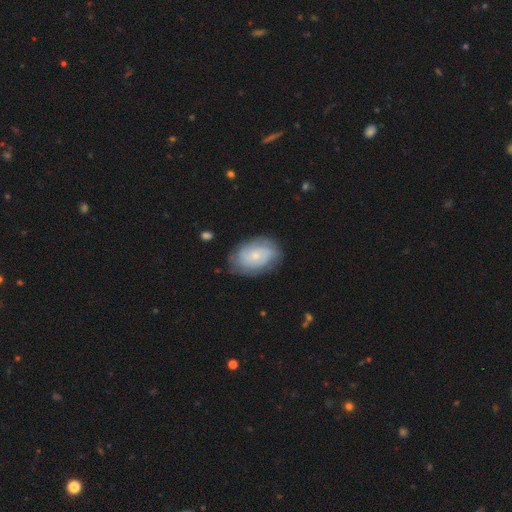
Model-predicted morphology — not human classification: This appears to be a featured or disk galaxy (60%) with no bar (76%), spiral arms (84%) and a small central bulge (71%). Merging: none (75%).